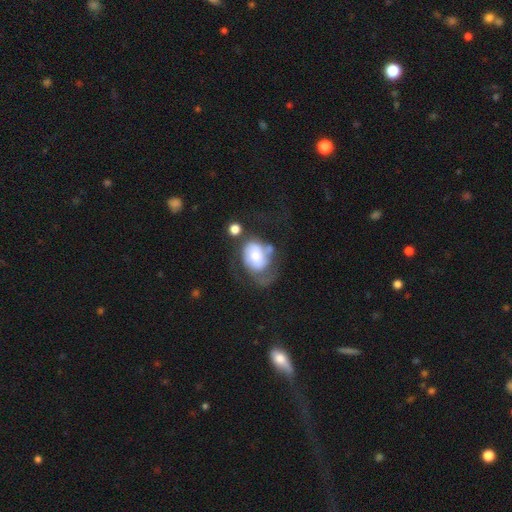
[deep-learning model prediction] smooth_or_featured: featured or disk (p=0.55) [alt: smooth p=0.38]
disk_edge_on: no (p=0.96) [alt: yes p=0.04]
bar: no (p=0.62) [alt: weak p=0.28]
has_spiral_arms: yes (p=0.69) [alt: no p=0.31]
bulge_size: moderate (p=0.38) [tied with: small p=0.38]
merging: major disturbance (p=0.39) [alt: none p=0.26]